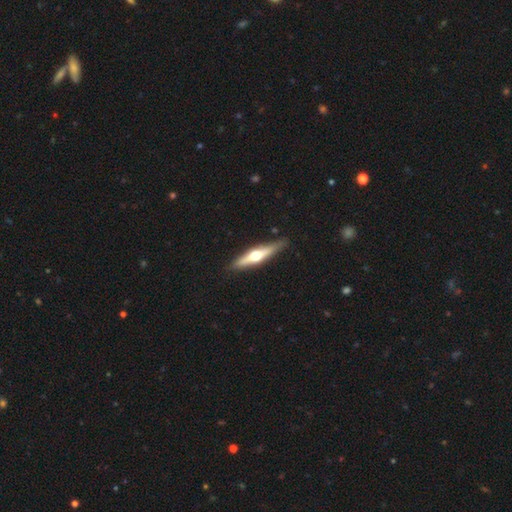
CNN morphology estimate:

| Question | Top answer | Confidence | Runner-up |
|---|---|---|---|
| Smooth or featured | featured or disk | 68% | smooth (27%) |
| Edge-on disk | yes | 96% | no (4%) |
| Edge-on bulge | rounded | 94% | boxy (3%) |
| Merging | none | 87% | minor disturbance (9%) |